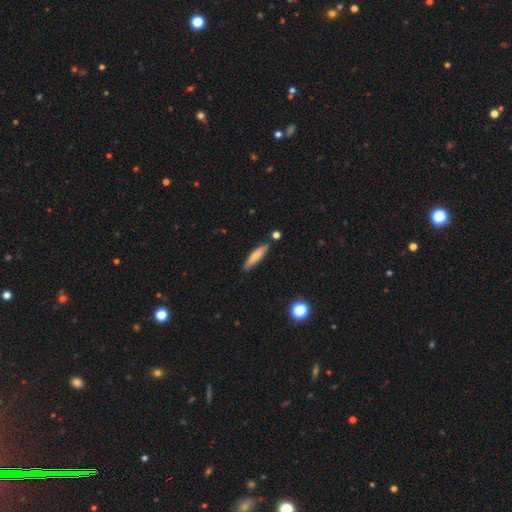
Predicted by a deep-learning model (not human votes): Smooth or featured? smooth (72%)
How rounded? cigar-shaped (82%)
Merging? none (85%)